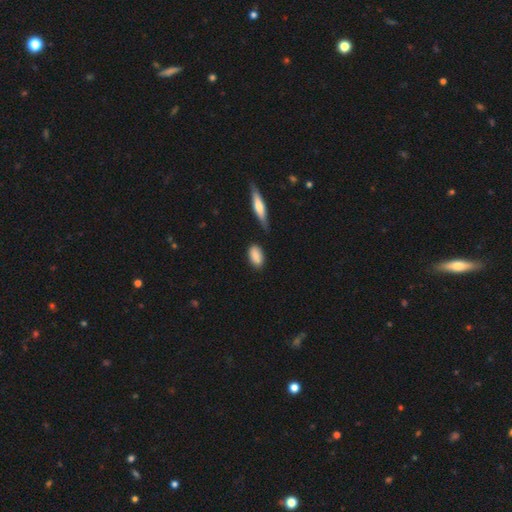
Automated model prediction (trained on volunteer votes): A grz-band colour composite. It shows a smooth galaxy with no disk features (87%) that is in between round and cigar-shaped (89%). Merging: none (79%).